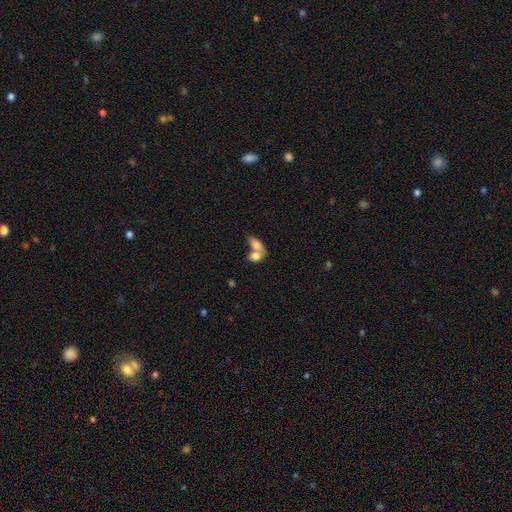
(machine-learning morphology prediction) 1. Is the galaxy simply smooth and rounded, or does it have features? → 78% smooth, 14% featured or disk, 8% star or artifact.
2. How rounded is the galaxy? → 81% in between, 16% round, 3% cigar-shaped.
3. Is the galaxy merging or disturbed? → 67% merger, 22% none, 7% minor disturbance, 4% major disturbance.